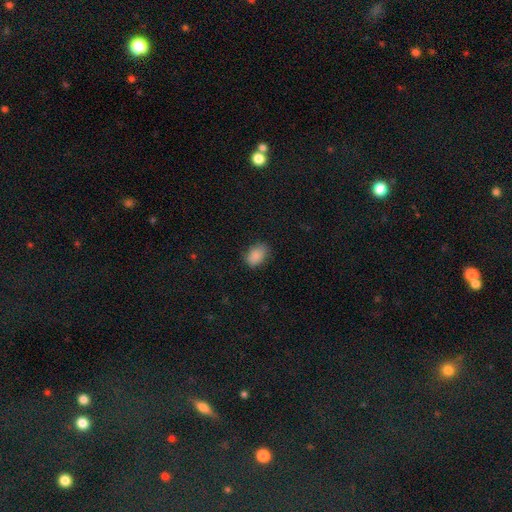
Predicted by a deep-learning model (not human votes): This appears to be a smooth galaxy with no disk features (86%) that is in between round and cigar-shaped (80%). Merging: none (74%).